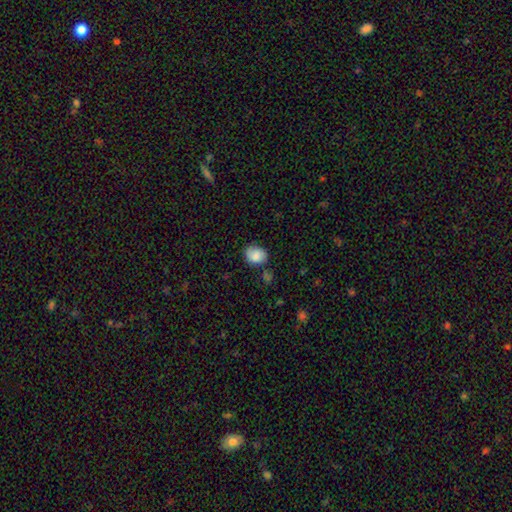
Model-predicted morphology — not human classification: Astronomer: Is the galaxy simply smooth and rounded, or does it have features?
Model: smooth — 83%.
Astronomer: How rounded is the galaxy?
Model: round — 52% (runner-up: in between, 47%).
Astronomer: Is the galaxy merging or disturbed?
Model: none — 69%.